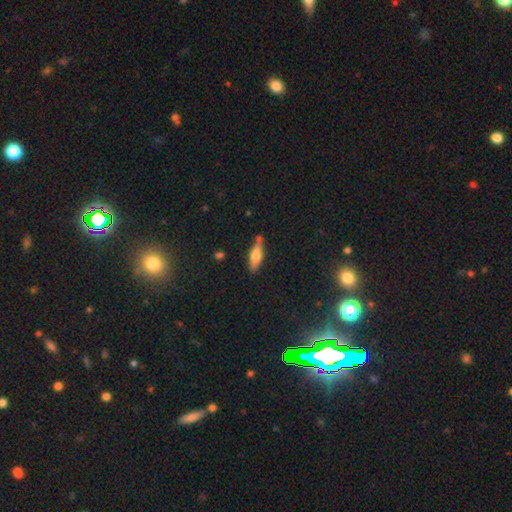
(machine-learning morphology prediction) This is likely a smooth galaxy (61%). How rounded: possibly cigar-shaped (49%, tied with in between). Merging: likely none (76%).